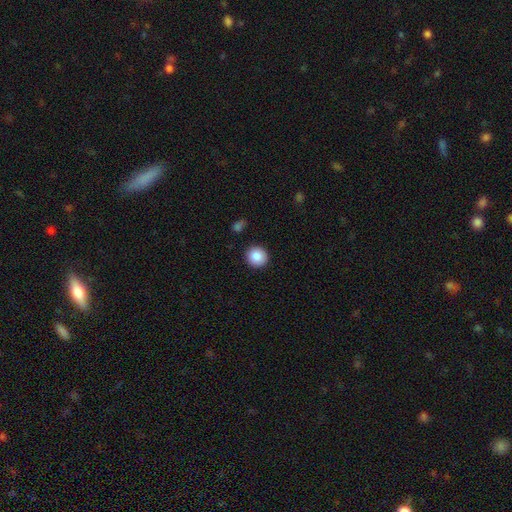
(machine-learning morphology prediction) A smooth galaxy with no disk features (88%) that is round (92%).

Vote fractions:
- Smooth or featured? smooth: 88% / star or artifact: 8% / featured or disk: 4%
- How rounded? round: 92% / in between: 7% / cigar-shaped: 1%
- Merging? none: 91% / minor disturbance: 6% / major disturbance: 2% / merger: 1%